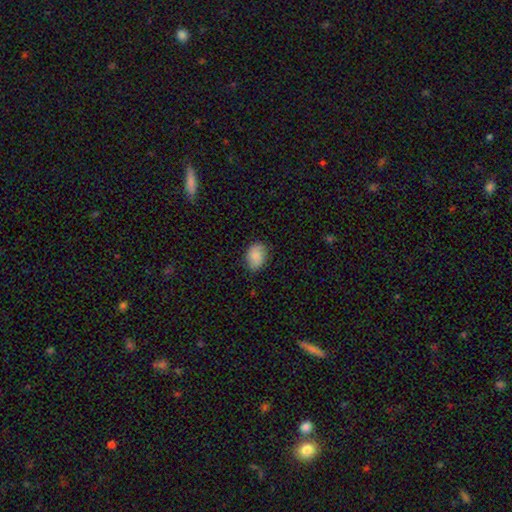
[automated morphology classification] Overall: smooth (86%). How rounded: in between (72%). Merging: none (79%).